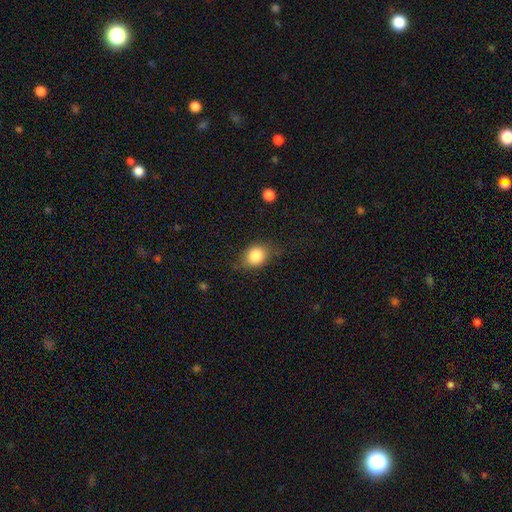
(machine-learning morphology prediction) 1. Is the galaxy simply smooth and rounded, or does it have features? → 82% smooth, 9% featured or disk, 9% star or artifact.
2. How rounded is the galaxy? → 50% in between, 49% round, 1% cigar-shaped.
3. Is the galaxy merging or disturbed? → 68% none, 23% minor disturbance, 7% major disturbance, 2% merger.